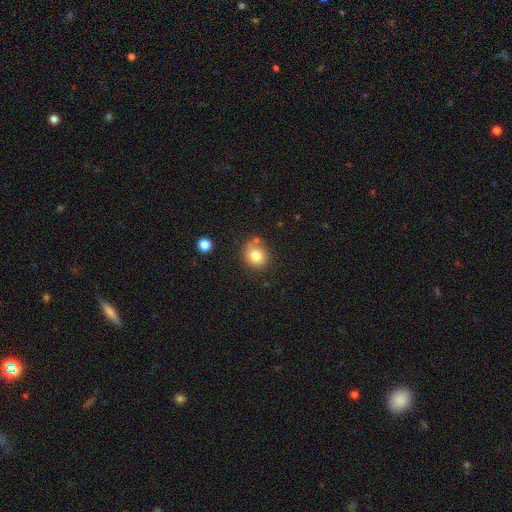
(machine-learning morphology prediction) smooth_or_featured: smooth (p=0.81) [alt: star or artifact p=0.11]
how_rounded: round (p=0.80) [alt: in between p=0.19]
merging: none (p=0.71) [alt: minor disturbance p=0.14]